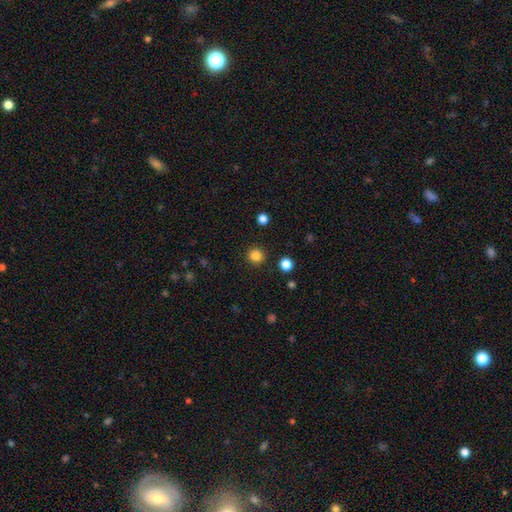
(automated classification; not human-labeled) Smooth or featured: smooth — 84% (star or artifact — 12%)
How rounded: round — 94% (in between — 5%)
Merging: none — 92% (minor disturbance — 5%)